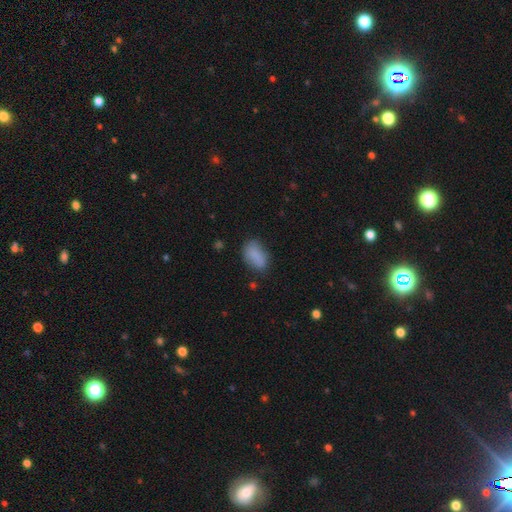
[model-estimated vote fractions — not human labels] Smooth or featured: smooth — 83% (star or artifact — 9%)
How rounded: in between — 89% (round — 8%)
Merging: none — 65% (minor disturbance — 25%)